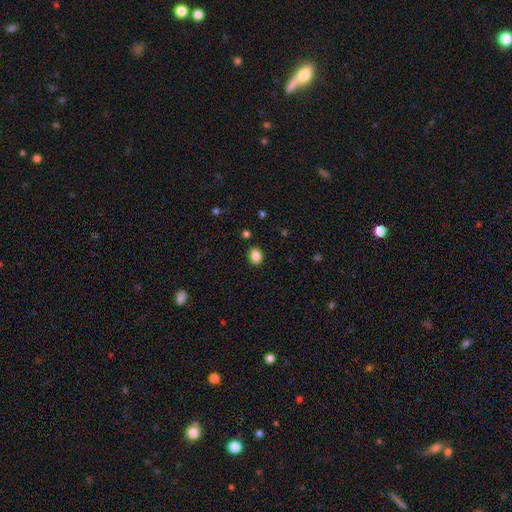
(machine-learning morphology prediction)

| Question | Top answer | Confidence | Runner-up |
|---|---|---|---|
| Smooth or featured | smooth | 85% | star or artifact (10%) |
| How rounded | in between | 55% | round (44%) |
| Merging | none | 89% | minor disturbance (7%) |